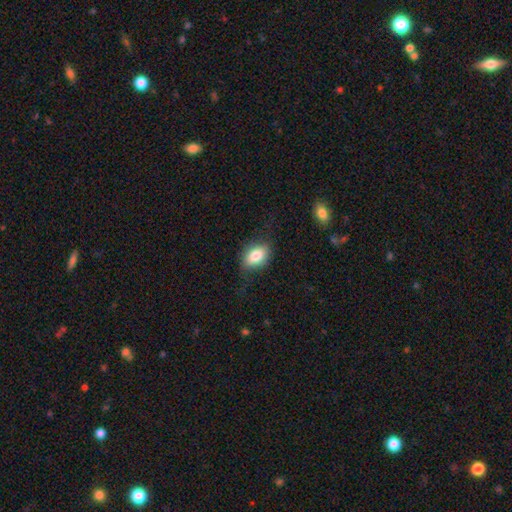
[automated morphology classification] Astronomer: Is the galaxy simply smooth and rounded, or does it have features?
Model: smooth — 79%.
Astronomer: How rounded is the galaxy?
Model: in between — 81%.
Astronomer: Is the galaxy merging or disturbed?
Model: none — 71%.